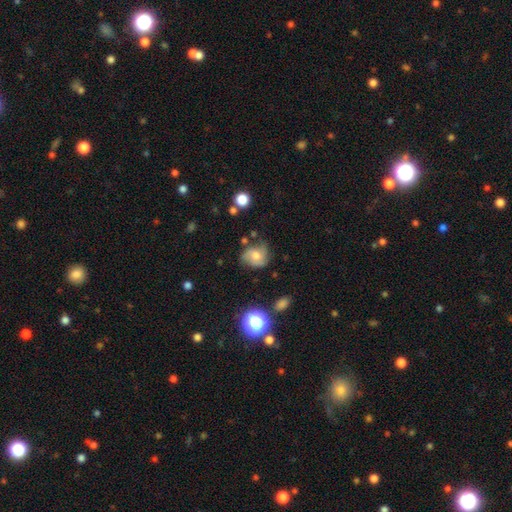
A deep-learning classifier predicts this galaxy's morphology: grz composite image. It shows a smooth galaxy with no disk features (45%). Merging: none (56%).